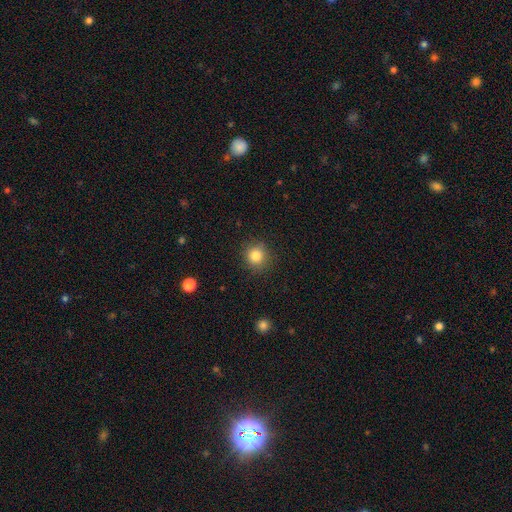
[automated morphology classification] smooth_or_featured: smooth (p=0.84) [alt: star or artifact p=0.11]
how_rounded: round (p=0.90) [alt: in between p=0.09]
merging: none (p=0.87) [alt: minor disturbance p=0.09]